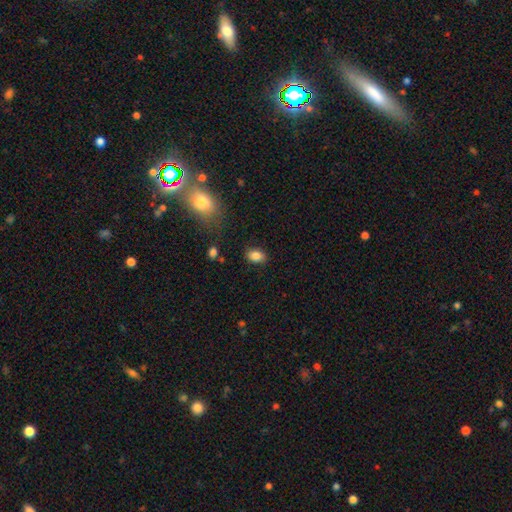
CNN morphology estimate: Smooth or featured? Predicted: smooth (p=0.85). How rounded? Predicted: in between (p=0.79). Merging? Predicted: none (p=0.85).